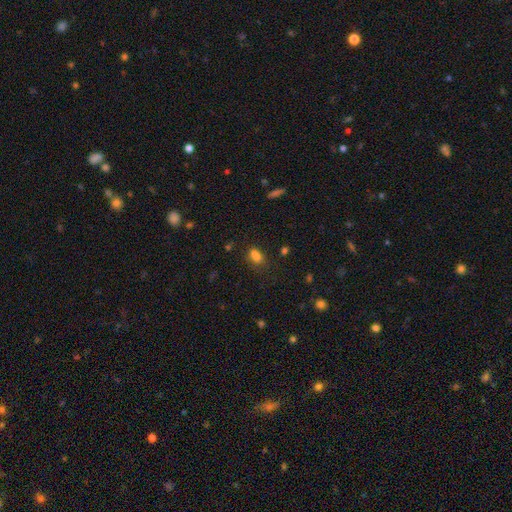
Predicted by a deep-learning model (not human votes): Overall: smooth (74%). How rounded: in between (67%; round 30%). Merging: none (47%; merger 29%).